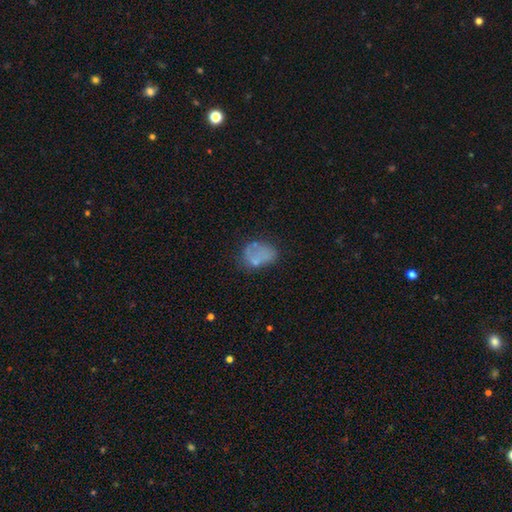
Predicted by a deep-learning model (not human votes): smooth-or-featured: smooth: 56% | featured or disk: 29% | star or artifact: 15%
  how-rounded: in between: 73% | round: 25% | cigar-shaped: 2%
  merging: none: 44% | minor disturbance: 25% | major disturbance: 20% | merger: 11%